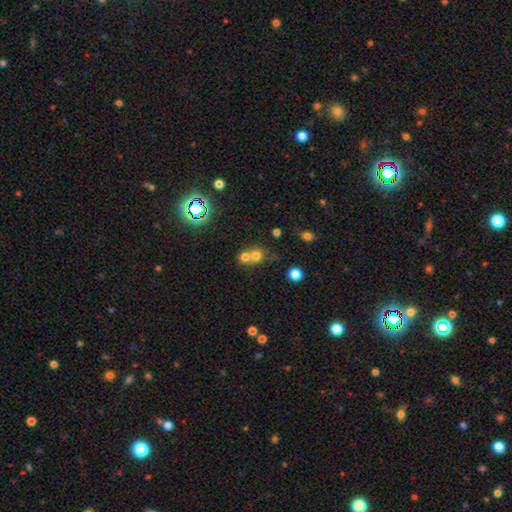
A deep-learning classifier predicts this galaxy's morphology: Smooth or featured: smooth — 69% (star or artifact — 18%)
How rounded: round — 83% (in between — 16%)
Merging: merger — 57% (none — 36%)